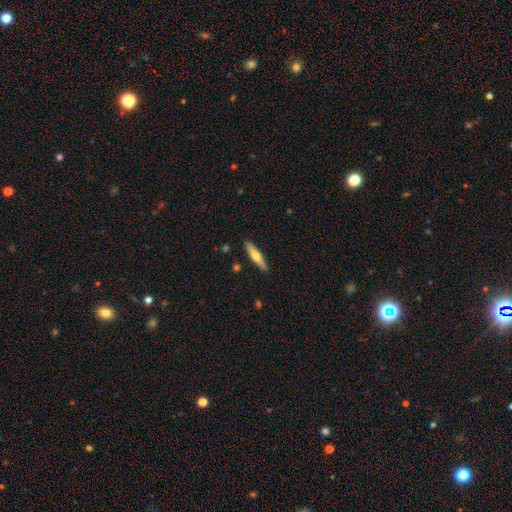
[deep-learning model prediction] Q: Smooth or featured?
A: smooth (51%); runner-up: featured or disk (44%)
Q: How rounded?
A: cigar-shaped (83%); runner-up: in between (16%)
Q: Merging?
A: none (89%); runner-up: minor disturbance (7%)